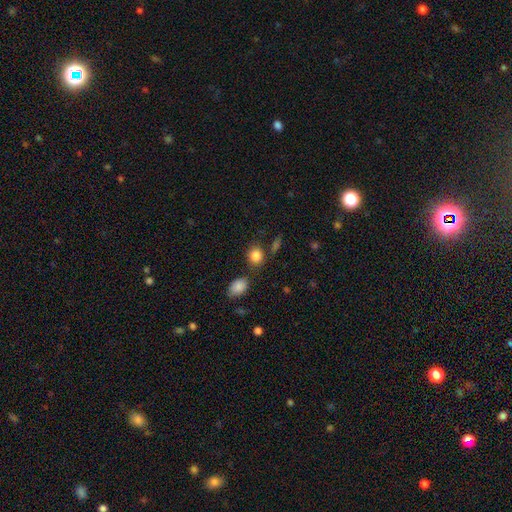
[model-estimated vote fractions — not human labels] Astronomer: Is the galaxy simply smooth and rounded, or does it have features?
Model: smooth — 85%.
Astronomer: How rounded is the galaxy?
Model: round — 67%.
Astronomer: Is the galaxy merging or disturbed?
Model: none — 74%.